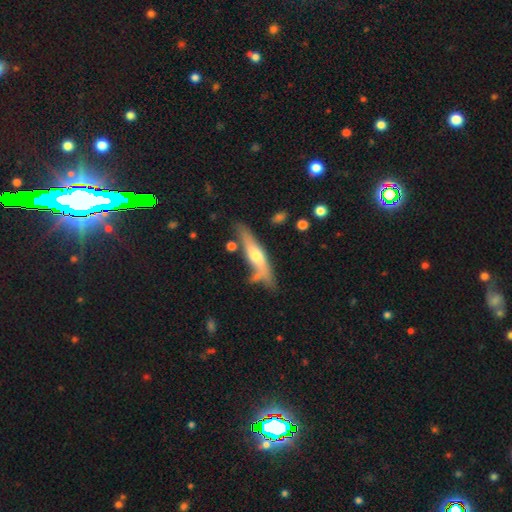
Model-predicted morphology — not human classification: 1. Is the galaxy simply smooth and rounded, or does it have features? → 51% featured or disk, 43% smooth, 6% star or artifact.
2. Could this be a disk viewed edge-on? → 82% yes, 18% no.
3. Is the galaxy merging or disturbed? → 62% none, 21% minor disturbance, 11% merger, 6% major disturbance.